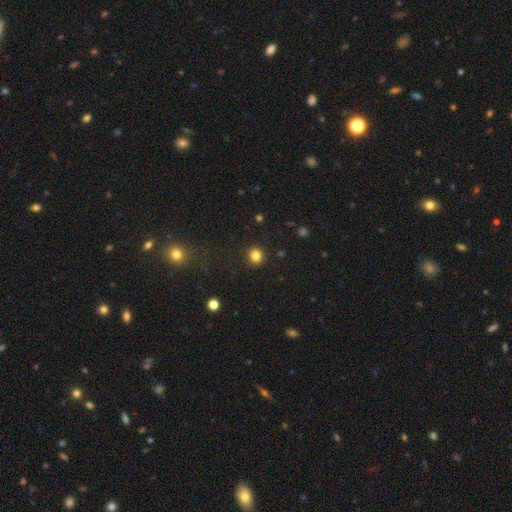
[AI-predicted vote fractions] This appears to be a smooth galaxy with no disk features (83%) that is round (84%). Merging: none (91%).